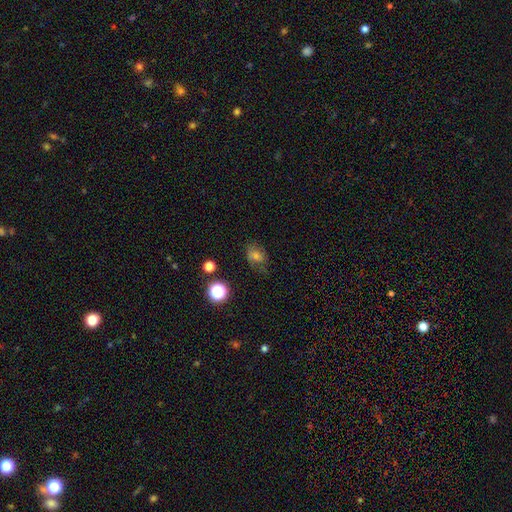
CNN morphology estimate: smooth 58%, featured or disk 24%, star or artifact 19%. Down the decision tree: how rounded — in between (64%); merging — none (60%).